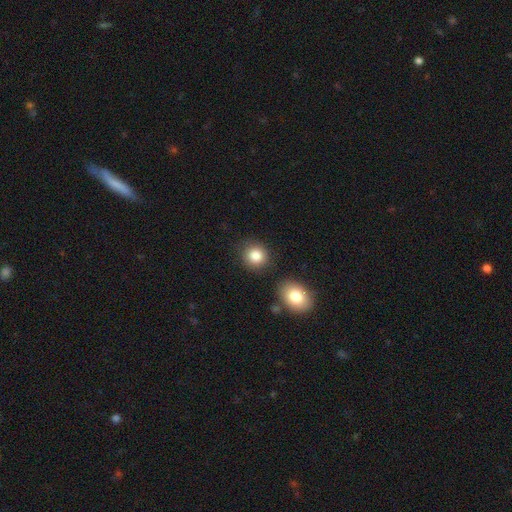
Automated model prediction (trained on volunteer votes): smooth-or-featured: smooth: 84% | star or artifact: 9% | featured or disk: 7%
  how-rounded: round: 86% | in between: 14% | cigar-shaped: 1%
  merging: none: 82% | minor disturbance: 9% | merger: 6% | major disturbance: 3%